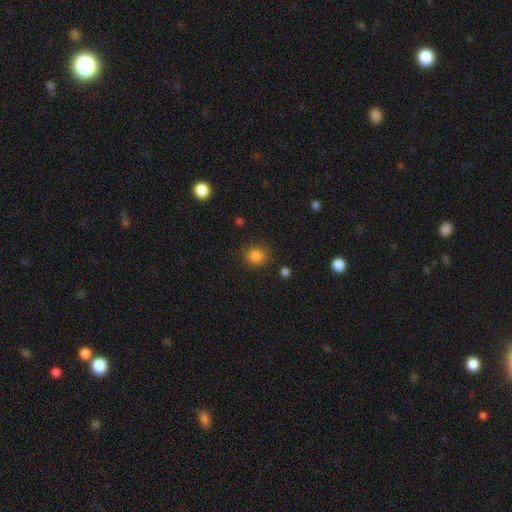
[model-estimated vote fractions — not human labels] Smooth or featured?
  - smooth: 85% *
  - star or artifact: 11%
  - featured or disk: 4%
How rounded?
  - round: 81% *
  - in between: 18%
  - cigar-shaped: 1%
Merging?
  - none: 82% *
  - minor disturbance: 12%
  - major disturbance: 4%
  - merger: 2%